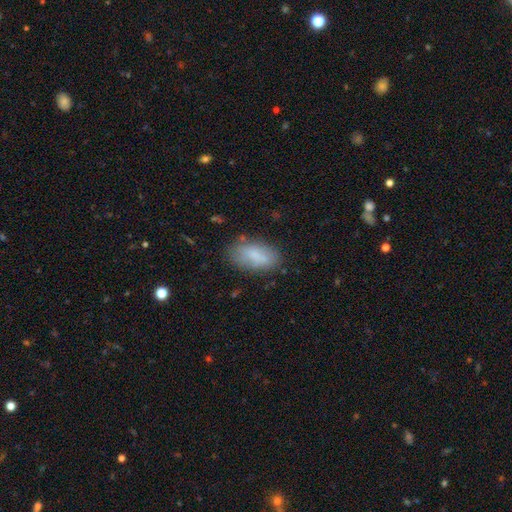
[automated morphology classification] smooth-or-featured: smooth: 78% | featured or disk: 14% | star or artifact: 8%
  how-rounded: in between: 91% | cigar-shaped: 6% | round: 3%
  merging: none: 73% | minor disturbance: 19% | major disturbance: 5% | merger: 3%